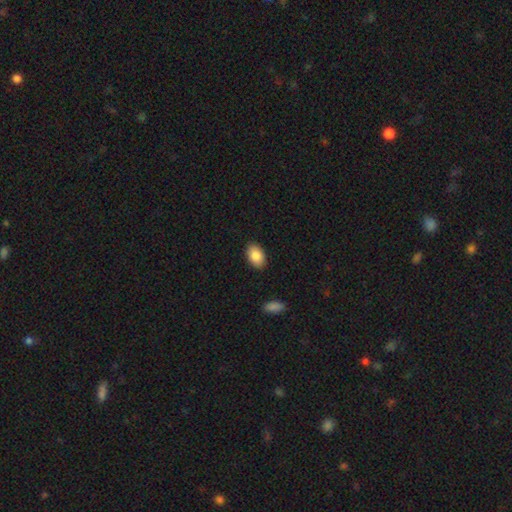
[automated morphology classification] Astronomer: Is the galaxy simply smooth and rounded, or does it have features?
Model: smooth — 86%.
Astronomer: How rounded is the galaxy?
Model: in between — 90%.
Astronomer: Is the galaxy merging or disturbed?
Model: none — 89%.